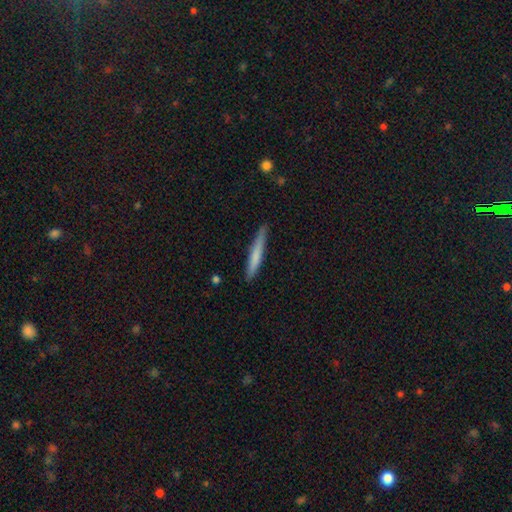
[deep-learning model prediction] A smooth galaxy with no disk features (67%) that is cigar-shaped (95%).

Vote fractions:
- Smooth or featured? smooth: 67% / featured or disk: 27% / star or artifact: 6%
- How rounded? cigar-shaped: 95% / in between: 3% / round: 1%
- Merging? none: 86% / minor disturbance: 11% / major disturbance: 2% / merger: 1%